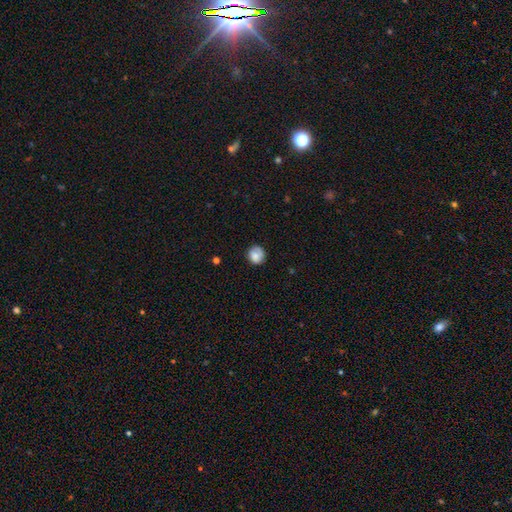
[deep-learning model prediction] smooth_or_featured: smooth (p=0.79) [alt: featured or disk p=0.13]
how_rounded: round (p=0.87) [alt: in between p=0.12]
merging: none (p=0.73) [alt: minor disturbance p=0.20]